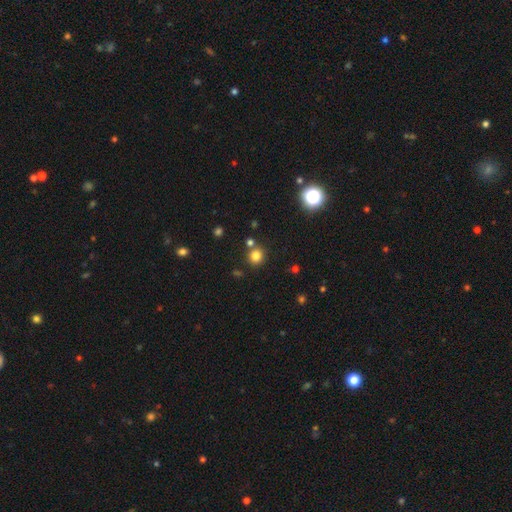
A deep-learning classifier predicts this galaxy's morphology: smooth_or_featured: smooth (p=0.80) [alt: star or artifact p=0.14]
how_rounded: round (p=0.88) [alt: in between p=0.11]
merging: none (p=0.78) [alt: merger p=0.12]